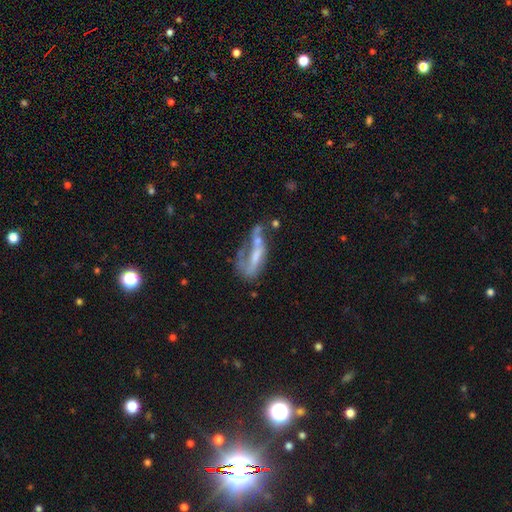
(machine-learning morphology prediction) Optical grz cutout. It shows a featured or disk galaxy (60%). Merging: major disturbance (36%).